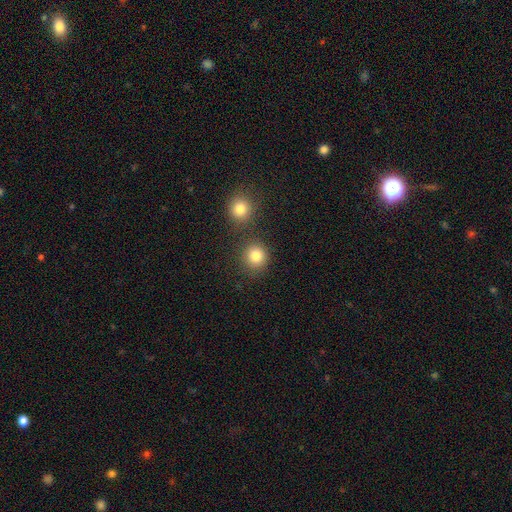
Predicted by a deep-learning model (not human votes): Smooth or featured?
  - smooth: 82% *
  - star or artifact: 12%
  - featured or disk: 5%
How rounded?
  - round: 89% *
  - in between: 10%
  - cigar-shaped: 1%
Merging?
  - none: 78% *
  - merger: 11%
  - minor disturbance: 8%
  - major disturbance: 3%